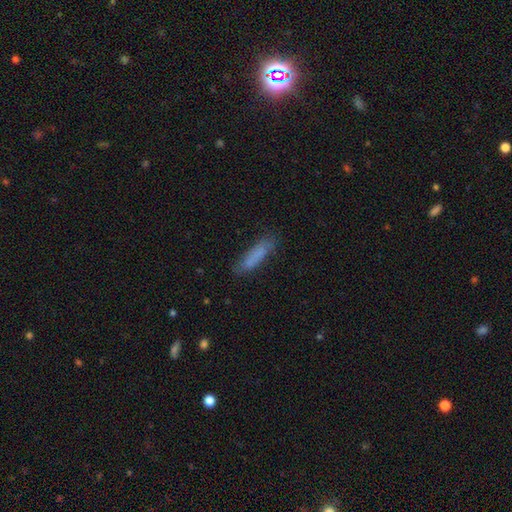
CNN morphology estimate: smooth 77%, featured or disk 14%, star or artifact 9%. Down the decision tree: how rounded — cigar-shaped (76%); merging — none (77%).